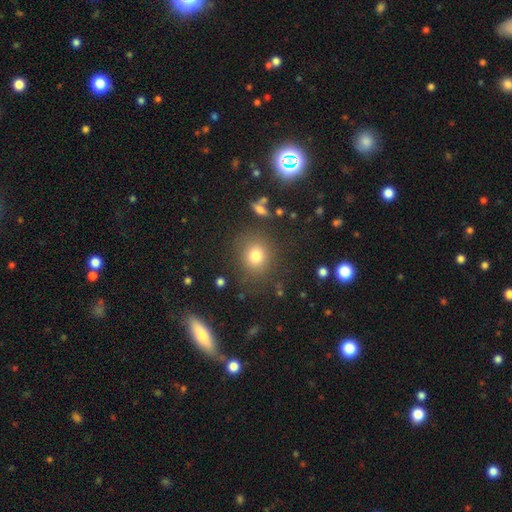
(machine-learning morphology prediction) smooth 77%, star or artifact 15%, featured or disk 8%. Down the decision tree: how rounded — round (80%); merging — none (82%).